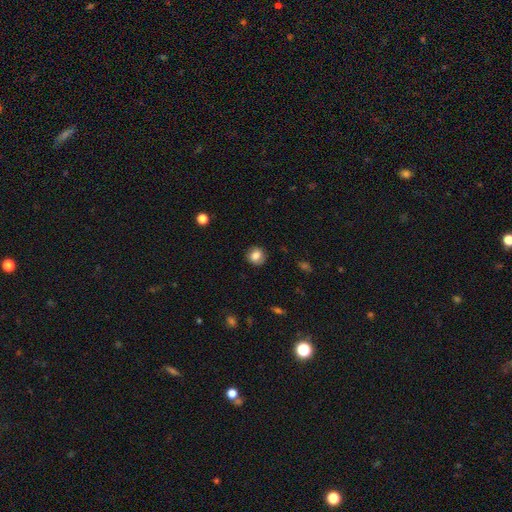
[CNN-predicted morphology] This is likely a smooth galaxy (79%). How rounded: clearly round (84%). Merging: clearly none (86%).